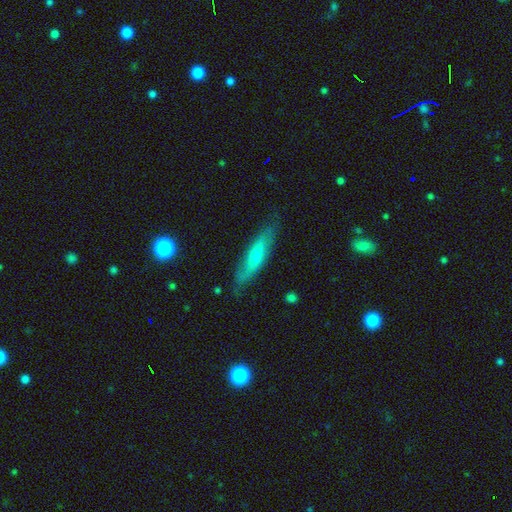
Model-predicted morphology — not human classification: Smooth or featured? smooth (48%)
Merging? none (77%)